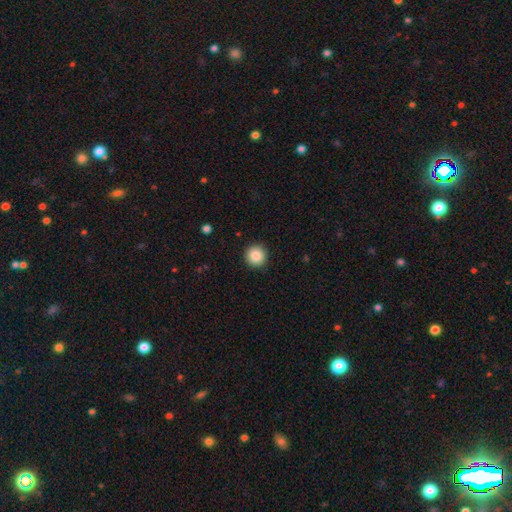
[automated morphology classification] The model was most divided on "smooth or featured": smooth: 88%, star or artifact: 9%, featured or disk: 3%. More confident: how rounded — round (95%); merging — none (92%).